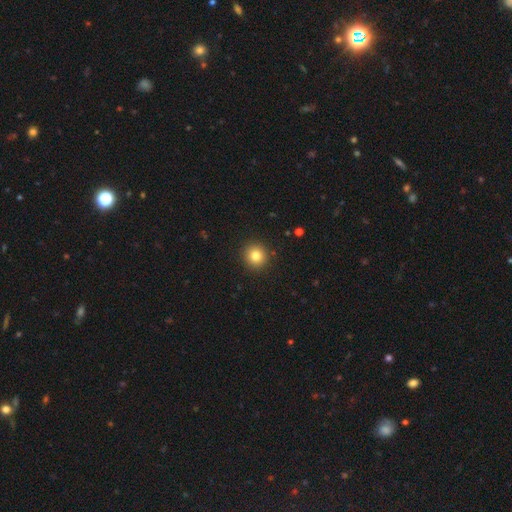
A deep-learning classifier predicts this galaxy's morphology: This appears to be a smooth galaxy with no disk features (82%) that is round (94%). Merging: none (92%).